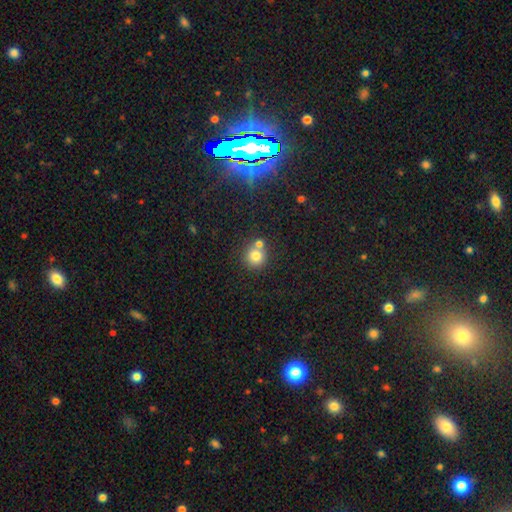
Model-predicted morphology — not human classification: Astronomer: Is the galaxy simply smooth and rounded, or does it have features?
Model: smooth — 78%.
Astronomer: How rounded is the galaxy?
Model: round — 90%.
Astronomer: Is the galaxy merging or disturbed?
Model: none — 57%.